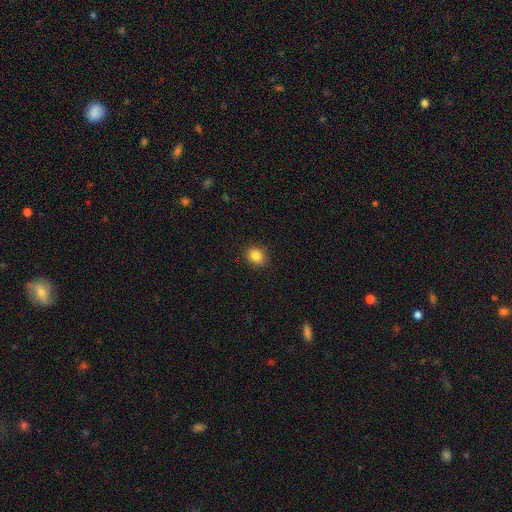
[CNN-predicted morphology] This is clearly a smooth galaxy (85%). How rounded: likely round (68%). Merging: clearly none (90%).